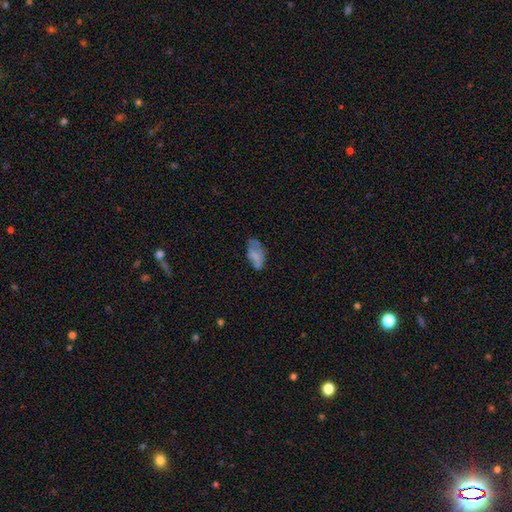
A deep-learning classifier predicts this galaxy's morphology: This is likely a smooth galaxy (67%). How rounded: clearly in between (92%). Merging: possibly none (47%).